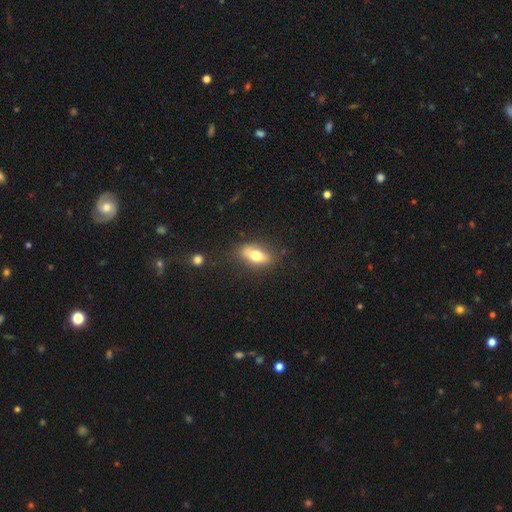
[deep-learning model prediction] A smooth galaxy with no disk features (69%) that is in between round and cigar-shaped (78%).

Vote fractions:
- Smooth or featured? smooth: 69% / featured or disk: 24% / star or artifact: 8%
- How rounded? in between: 78% / cigar-shaped: 17% / round: 6%
- Merging? none: 77% / minor disturbance: 16% / major disturbance: 5% / merger: 3%